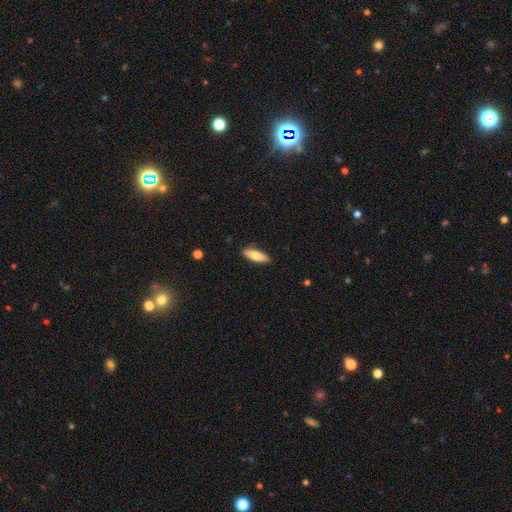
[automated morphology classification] A smooth galaxy with no disk features (77%) that is in between round and cigar-shaped (61%).

Vote fractions:
- Smooth or featured? smooth: 77% / featured or disk: 17% / star or artifact: 6%
- How rounded? in between: 61% / cigar-shaped: 37% / round: 2%
- Merging? none: 87% / minor disturbance: 10% / major disturbance: 2% / merger: 1%